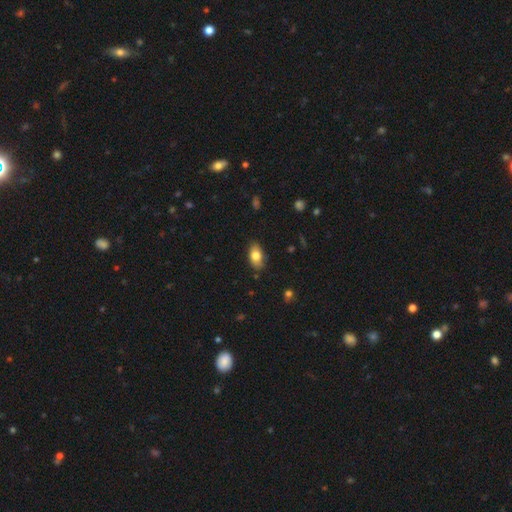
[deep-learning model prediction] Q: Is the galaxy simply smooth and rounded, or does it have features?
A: smooth — 79%.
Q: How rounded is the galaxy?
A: in between — 89%.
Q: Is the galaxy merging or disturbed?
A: none — 81%.